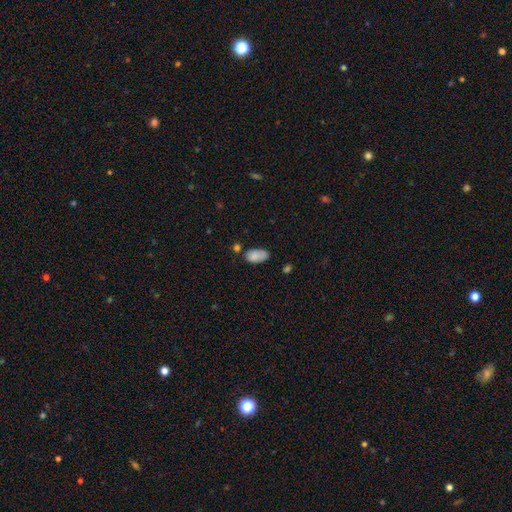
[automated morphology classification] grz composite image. It shows a smooth galaxy with no disk features (83%) that is in between round and cigar-shaped (93%). Merging: none (57%).